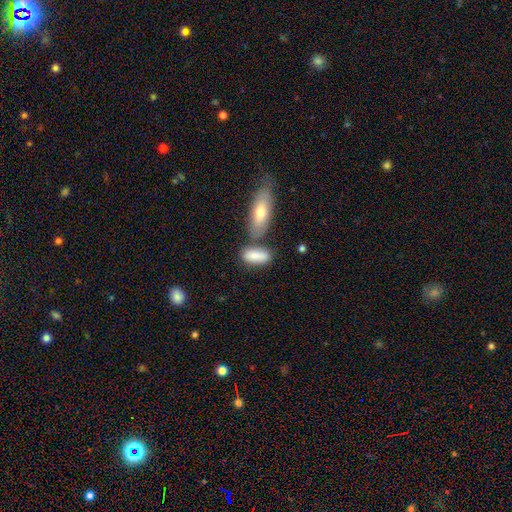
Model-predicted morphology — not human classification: Overall: smooth (83%). How rounded: in between (75%). Merging: none (53%; merger 26%).